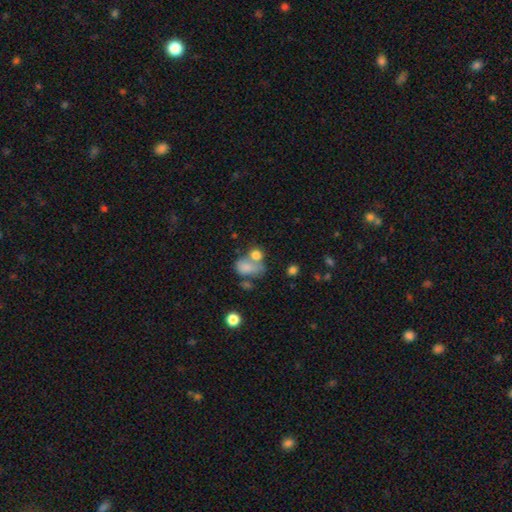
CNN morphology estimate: This is likely a smooth galaxy (75%). How rounded: possibly in between (56%). Merging: possibly merger (52%).